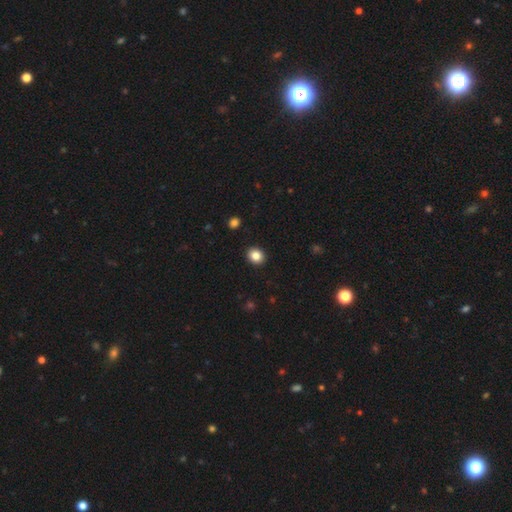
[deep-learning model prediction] smooth_or_featured: smooth (p=0.86) [alt: star or artifact p=0.10]
how_rounded: round (p=0.71) [alt: in between p=0.29]
merging: none (p=0.92) [alt: minor disturbance p=0.05]